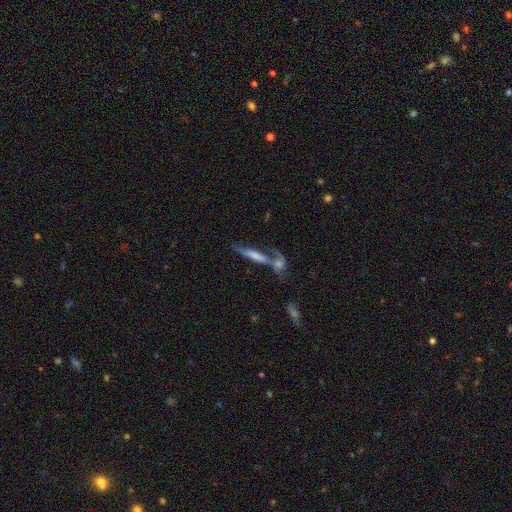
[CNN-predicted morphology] Smooth or featured? featured or disk (43%)
Merging? none (54%)